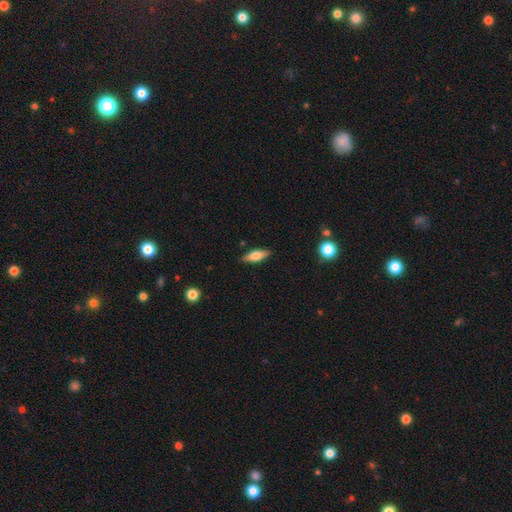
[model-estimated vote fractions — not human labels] smooth_or_featured: smooth (p=0.58) [alt: featured or disk p=0.35]
how_rounded: in between (p=0.56) [alt: cigar-shaped p=0.41]
merging: none (p=0.87) [alt: minor disturbance p=0.09]